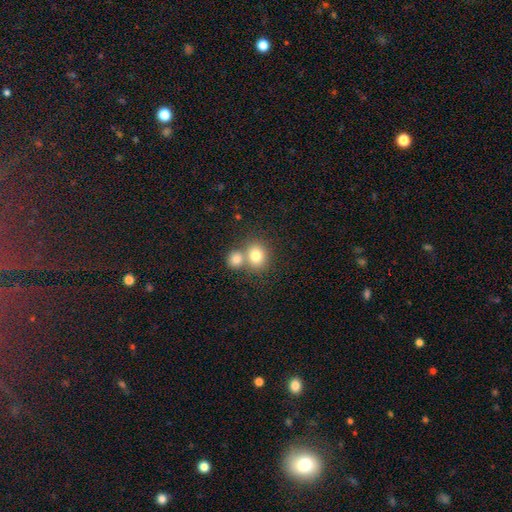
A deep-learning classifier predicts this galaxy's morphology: type=smooth (79%); roundness=round (70%); merging=merger (46%).